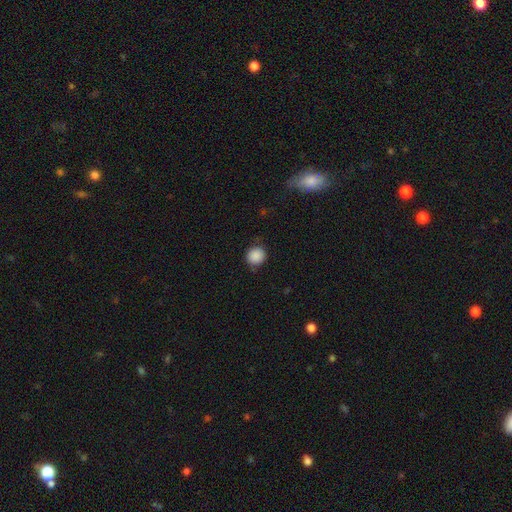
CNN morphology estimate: The model was most divided on "merging": none: 83%, minor disturbance: 13%, major disturbance: 3%, merger: 1%. More confident: how rounded — round (89%); smooth or featured — smooth (88%).